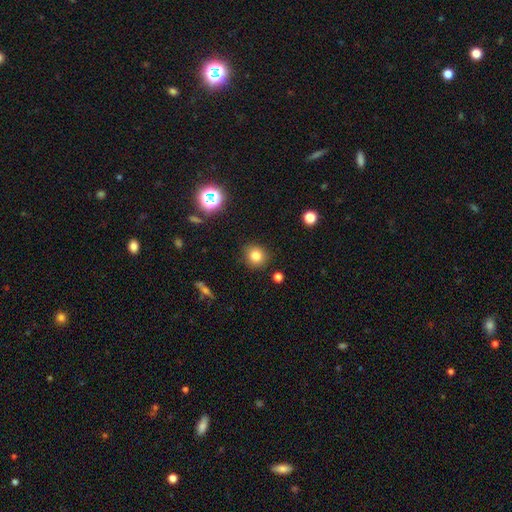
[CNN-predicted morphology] Q: Smooth or featured?
A: smooth (81%); runner-up: star or artifact (13%)
Q: How rounded?
A: round (88%); runner-up: in between (11%)
Q: Merging?
A: none (88%); runner-up: minor disturbance (8%)